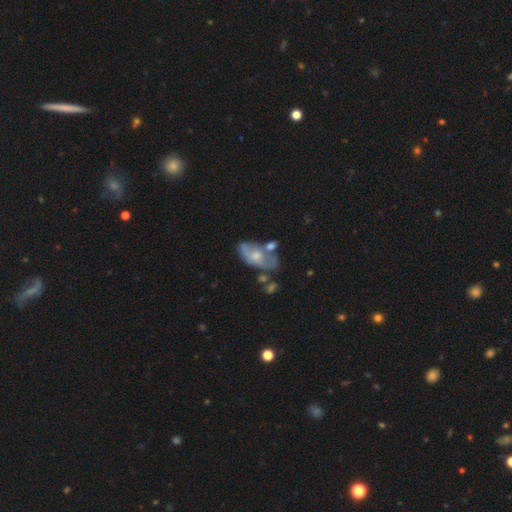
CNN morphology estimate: This is possibly a featured or disk galaxy (51%). It is clearly not viewed edge-on (89%). Merging: marginally none (38%).